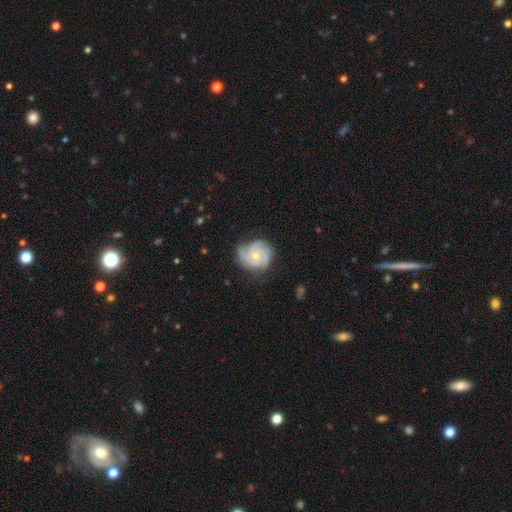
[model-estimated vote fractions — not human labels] smooth_or_featured: featured or disk (p=0.87) [alt: smooth p=0.08]
disk_edge_on: no (p=0.98) [alt: yes p=0.02]
bar: no (p=0.79) [alt: weak p=0.18]
has_spiral_arms: yes (p=0.97) [alt: no p=0.03]
spiral_winding: tight (p=0.66) [alt: medium p=0.29]
spiral_arm_count: 3 (p=0.55) [alt: 4 p=0.17]
bulge_size: moderate (p=0.49) [alt: small p=0.48]
merging: none (p=0.72) [alt: minor disturbance p=0.20]